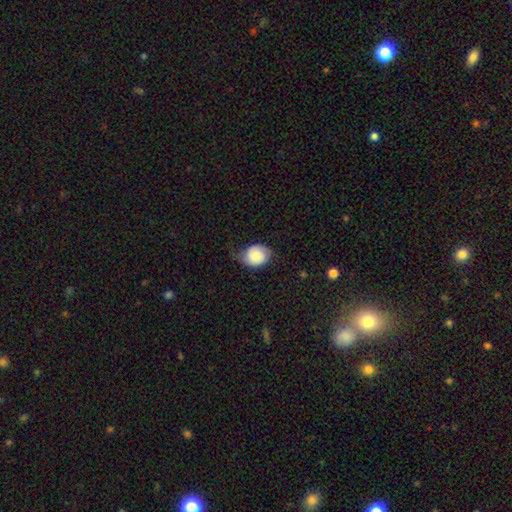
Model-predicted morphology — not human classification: Smooth or featured: smooth — 52% (featured or disk — 39%)
How rounded: in between — 52% (round — 47%)
Merging: none — 49% (minor disturbance — 34%)